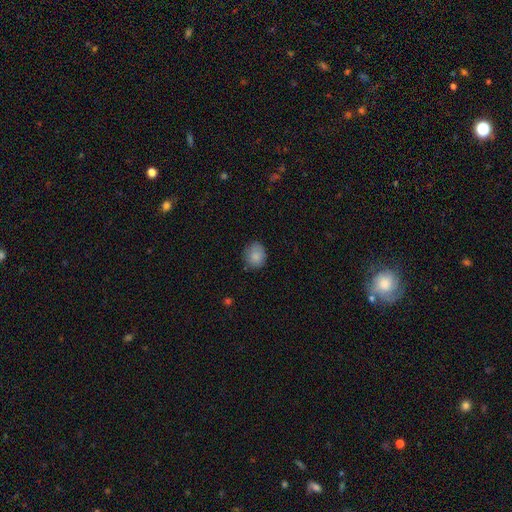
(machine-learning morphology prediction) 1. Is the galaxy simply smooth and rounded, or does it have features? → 85% smooth, 8% star or artifact, 7% featured or disk.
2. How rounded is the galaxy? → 69% round, 30% in between, 1% cigar-shaped.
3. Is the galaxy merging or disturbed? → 78% none, 17% minor disturbance, 3% major disturbance, 1% merger.